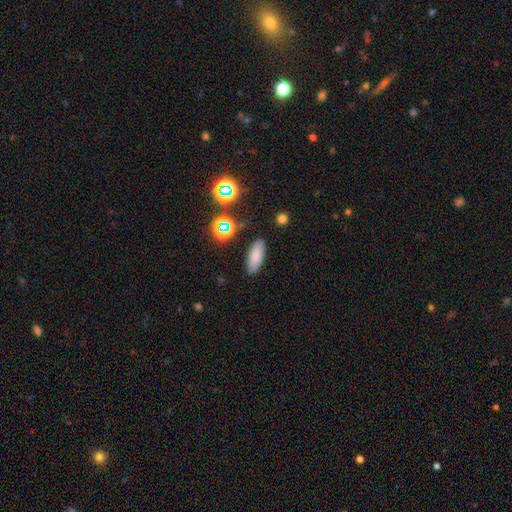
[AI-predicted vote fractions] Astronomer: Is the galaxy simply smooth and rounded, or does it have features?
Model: smooth — 80%.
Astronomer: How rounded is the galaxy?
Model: in between — 74%.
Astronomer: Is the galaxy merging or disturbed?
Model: none — 85%.